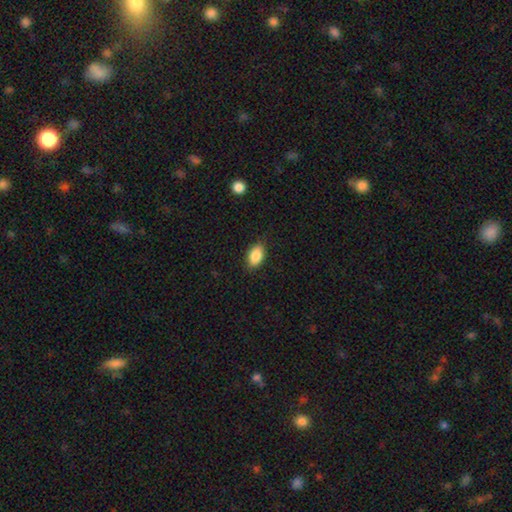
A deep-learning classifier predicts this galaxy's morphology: Q: Smooth or featured?
A: smooth (88%); runner-up: star or artifact (7%)
Q: How rounded?
A: in between (91%); runner-up: round (7%)
Q: Merging?
A: none (86%); runner-up: minor disturbance (11%)